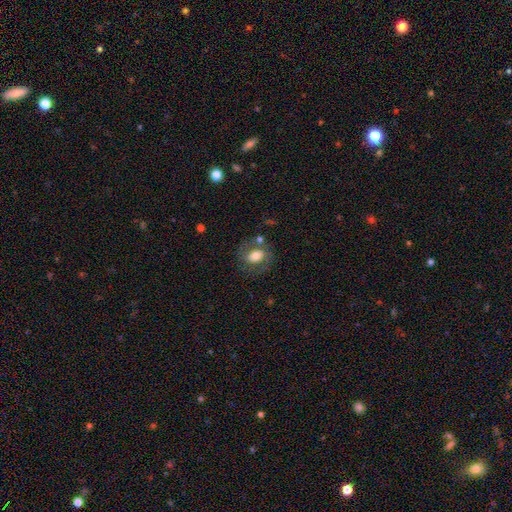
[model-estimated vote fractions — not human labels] Q: Smooth or featured?
A: smooth (59%); runner-up: featured or disk (32%)
Q: How rounded?
A: in between (59%); runner-up: round (40%)
Q: Merging?
A: none (64%); runner-up: minor disturbance (16%)